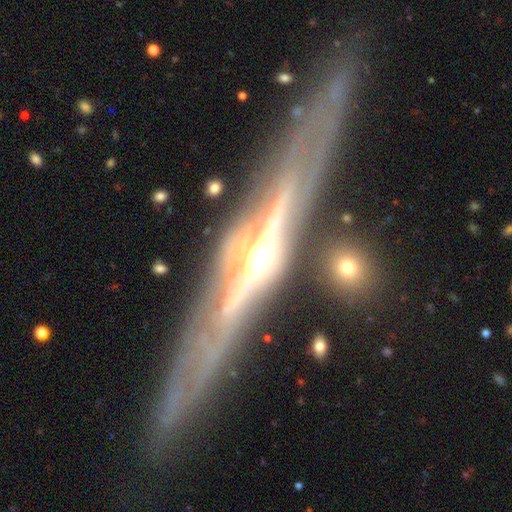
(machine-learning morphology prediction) Q: Smooth or featured?
A: featured or disk (86%); runner-up: smooth (8%)
Q: Edge-on disk?
A: yes (91%); runner-up: no (9%)
Q: Edge-on bulge?
A: rounded (84%); runner-up: none (10%)
Q: Merging?
A: none (79%); runner-up: minor disturbance (12%)